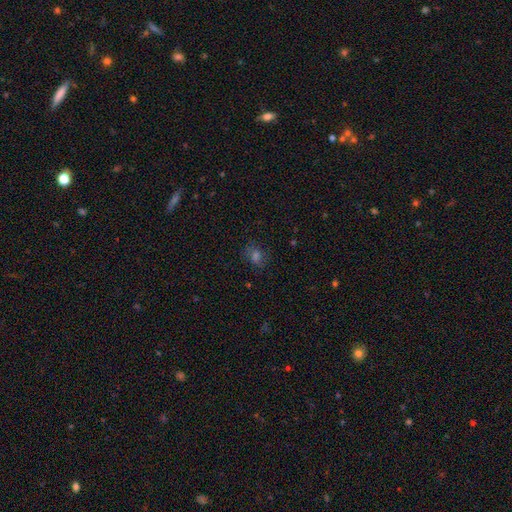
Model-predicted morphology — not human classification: Overall: smooth (53%; star or artifact 30%). How rounded: round (60%; in between 38%). Merging: none (80%).